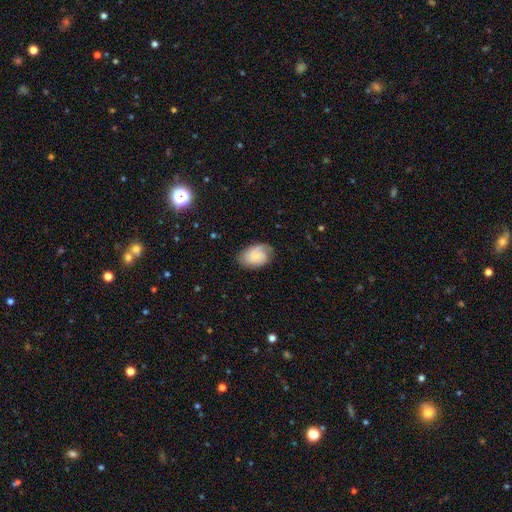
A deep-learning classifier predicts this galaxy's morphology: Q: Smooth or featured?
A: smooth (58%); runner-up: featured or disk (34%)
Q: How rounded?
A: in between (83%); runner-up: round (16%)
Q: Merging?
A: none (66%); runner-up: minor disturbance (25%)